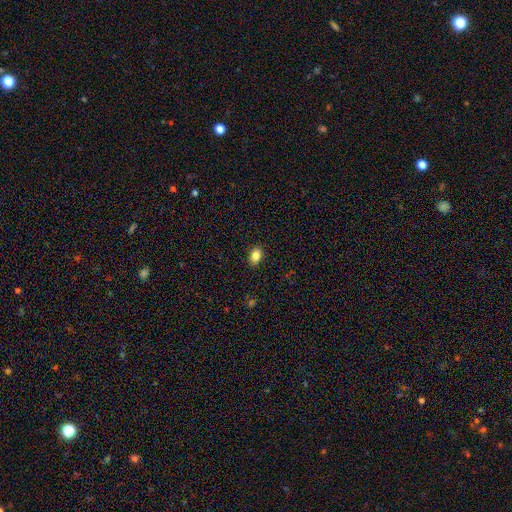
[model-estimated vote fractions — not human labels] Smooth or featured: smooth — 85% (star or artifact — 9%)
How rounded: in between — 85% (round — 13%)
Merging: none — 89% (minor disturbance — 8%)